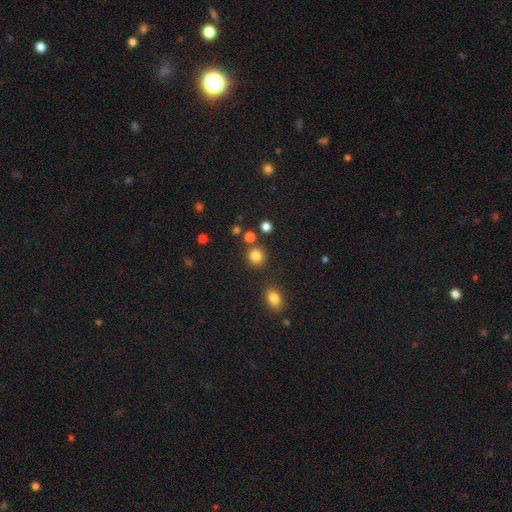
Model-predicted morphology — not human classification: Smooth or featured: smooth — 83% (star or artifact — 13%)
How rounded: round — 90% (in between — 9%)
Merging: none — 83% (minor disturbance — 8%)